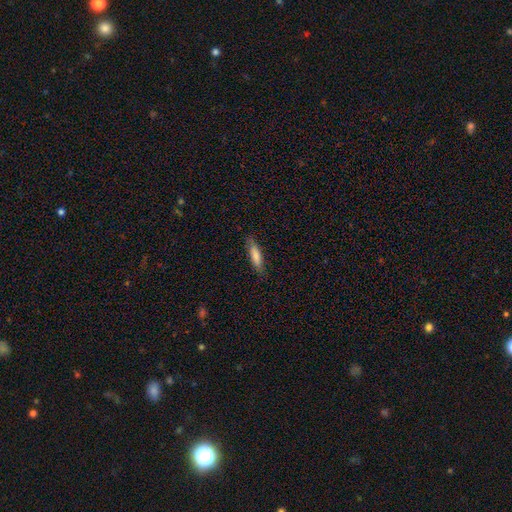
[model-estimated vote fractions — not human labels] Overall: smooth (78%). How rounded: cigar-shaped (71%). Merging: none (83%).